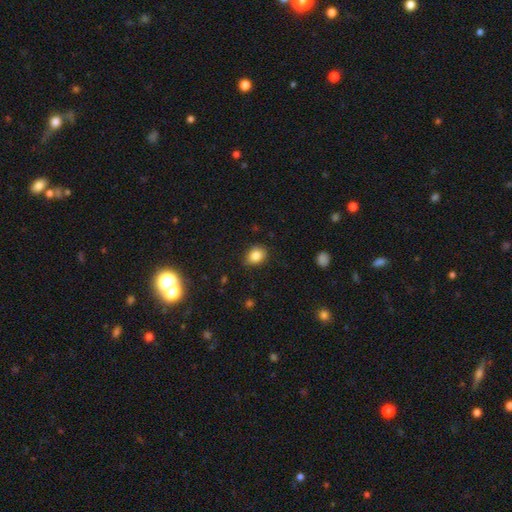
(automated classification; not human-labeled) smooth 84%, star or artifact 10%, featured or disk 6%. Down the decision tree: how rounded — in between (65%); merging — none (82%).